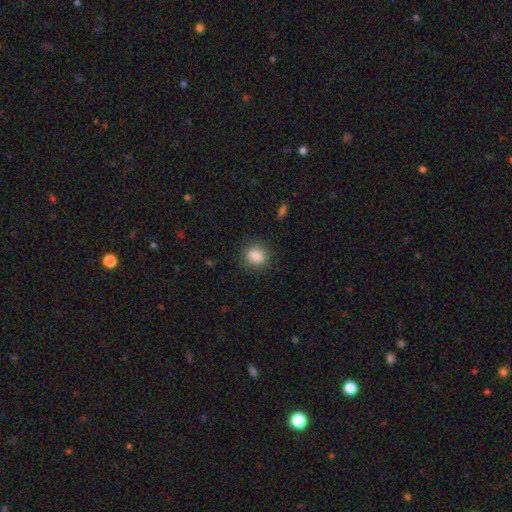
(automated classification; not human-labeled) This appears to be a smooth galaxy with no disk features (86%) that is round (85%). Merging: none (86%).